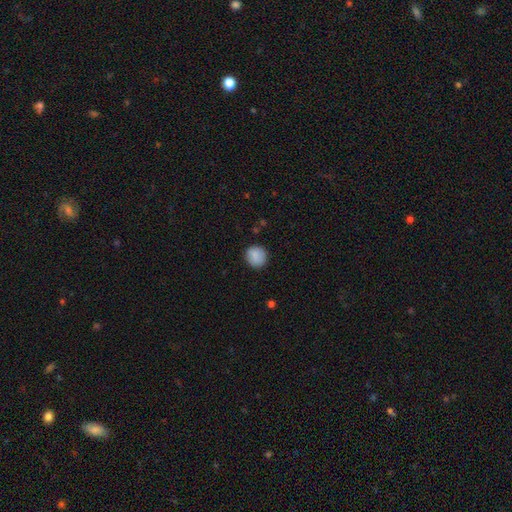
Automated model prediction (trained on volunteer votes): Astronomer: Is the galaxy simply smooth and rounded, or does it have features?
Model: smooth — 88%.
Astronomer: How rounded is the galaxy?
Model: round — 90%.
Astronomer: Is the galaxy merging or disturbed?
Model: none — 87%.